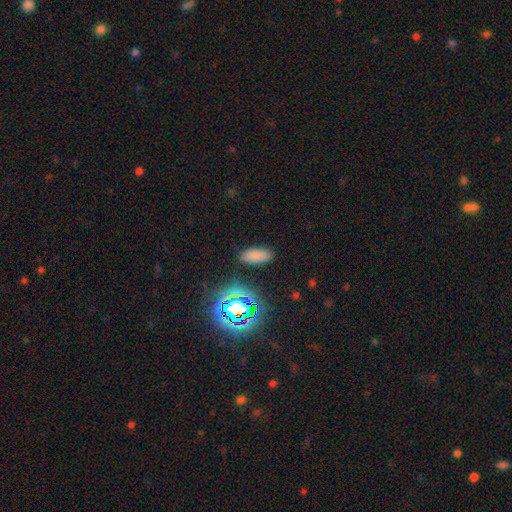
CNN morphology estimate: This appears to be a smooth galaxy with no disk features (74%) that is in between round and cigar-shaped (84%). Merging: none (86%).